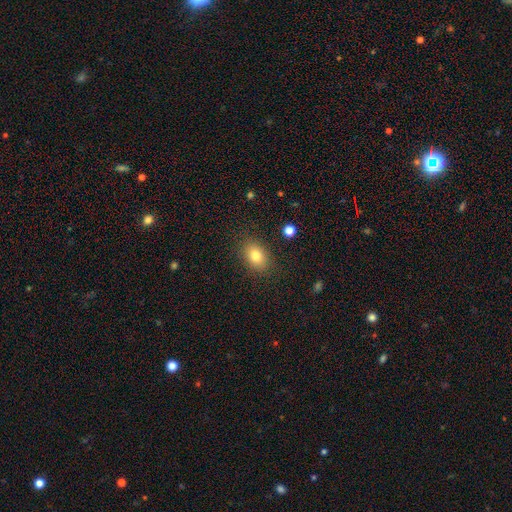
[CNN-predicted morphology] The model was most divided on "how rounded": in between: 76%, round: 23%, cigar-shaped: 1%. More confident: merging — none (85%); smooth or featured — smooth (81%).